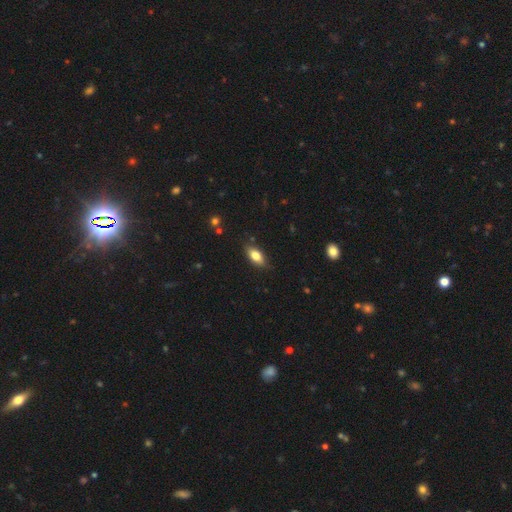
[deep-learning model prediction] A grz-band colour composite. It shows a smooth galaxy with no disk features (78%) that is in between round and cigar-shaped (86%). Merging: none (84%).